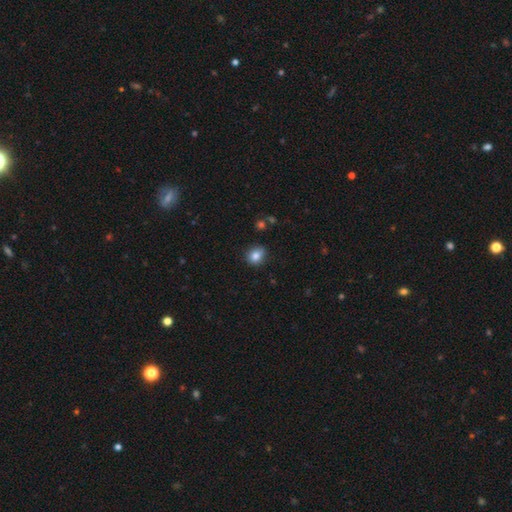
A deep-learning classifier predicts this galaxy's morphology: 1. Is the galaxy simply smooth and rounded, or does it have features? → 83% smooth, 10% star or artifact, 7% featured or disk.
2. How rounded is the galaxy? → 60% round, 39% in between, 1% cigar-shaped.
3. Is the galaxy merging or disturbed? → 81% none, 14% minor disturbance, 3% major disturbance, 2% merger.